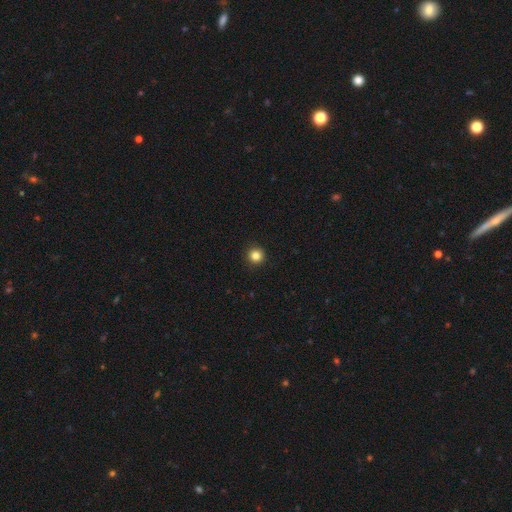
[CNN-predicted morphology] Overall: smooth (84%). How rounded: round (96%). Merging: none (93%).